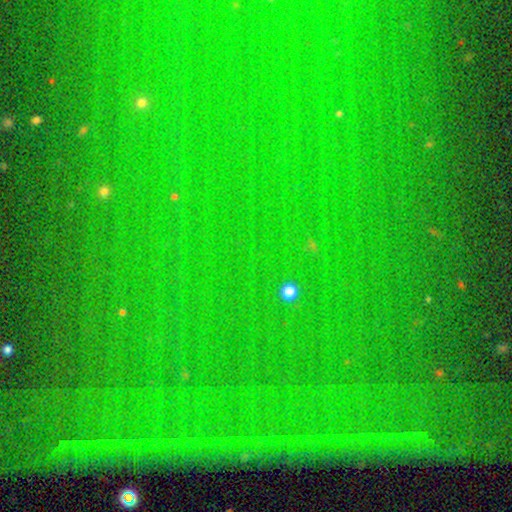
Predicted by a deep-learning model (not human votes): The model was most divided on "smooth or featured": star or artifact: 81%, smooth: 11%, featured or disk: 8%.